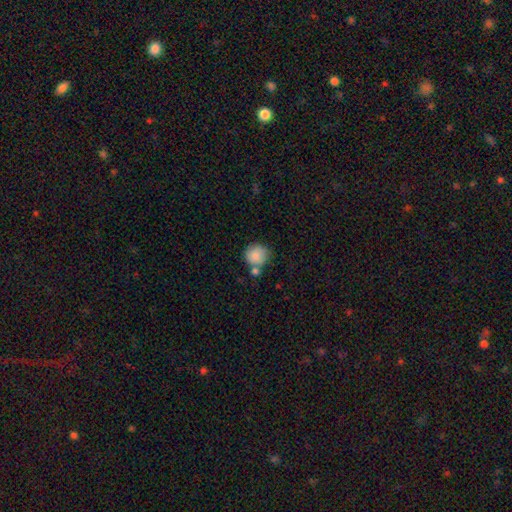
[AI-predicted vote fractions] smooth-or-featured: smooth: 86% | star or artifact: 8% | featured or disk: 7%
  how-rounded: round: 90% | in between: 9% | cigar-shaped: 1%
  merging: none: 62% | merger: 19% | minor disturbance: 15% | major disturbance: 4%